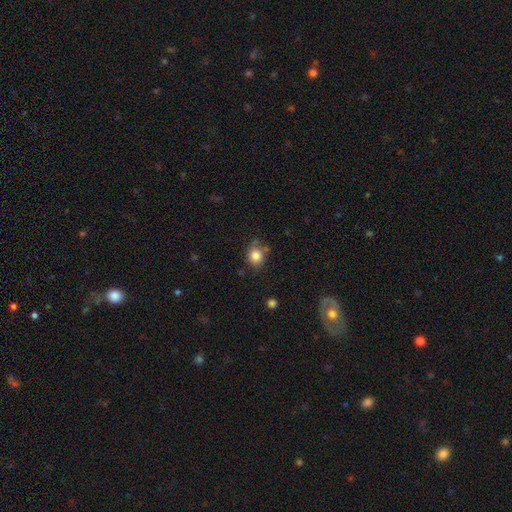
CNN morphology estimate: smooth 83%, star or artifact 10%, featured or disk 7%. Down the decision tree: how rounded — round (73%); merging — none (70%).